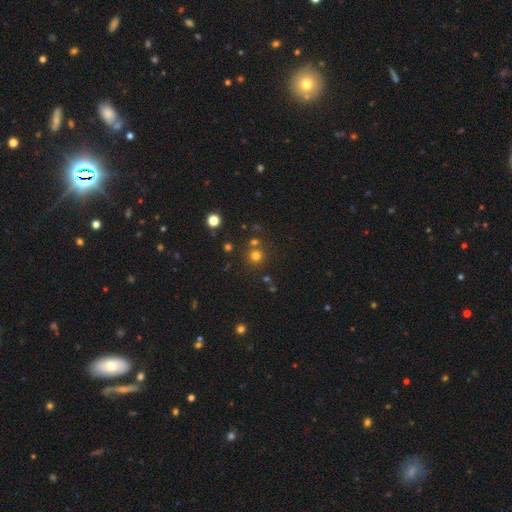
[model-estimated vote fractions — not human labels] Smooth or featured? smooth (71%)
How rounded? round (93%)
Merging? none (76%)